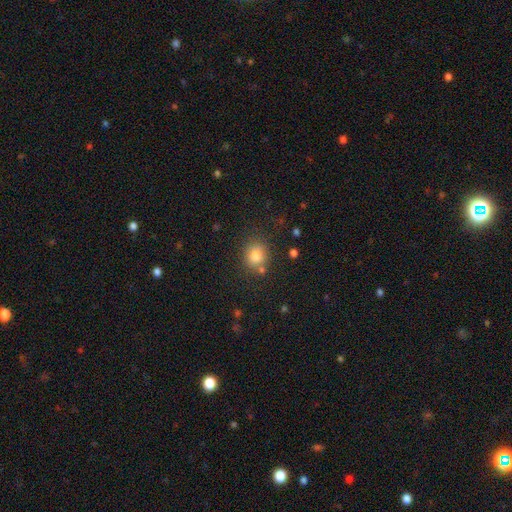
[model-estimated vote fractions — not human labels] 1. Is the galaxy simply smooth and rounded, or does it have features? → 81% smooth, 12% star or artifact, 8% featured or disk.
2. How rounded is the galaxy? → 74% round, 26% in between, 1% cigar-shaped.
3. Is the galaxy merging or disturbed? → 76% none, 12% minor disturbance, 8% merger, 4% major disturbance.